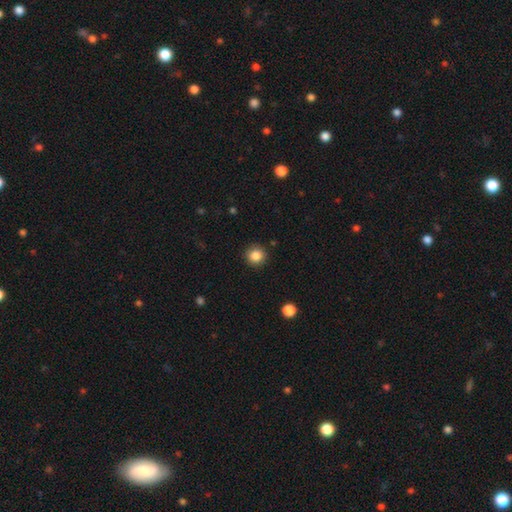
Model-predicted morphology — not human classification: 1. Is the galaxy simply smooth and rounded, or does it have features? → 85% smooth, 11% star or artifact, 4% featured or disk.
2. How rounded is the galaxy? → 93% round, 6% in between, 1% cigar-shaped.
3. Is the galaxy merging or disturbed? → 91% none, 6% minor disturbance, 2% major disturbance, 1% merger.